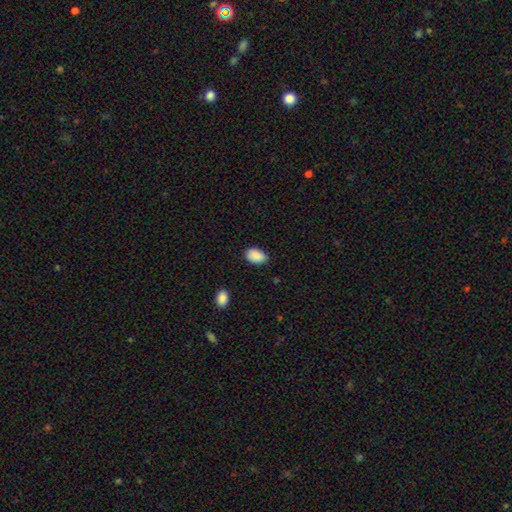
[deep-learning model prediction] smooth 90%, star or artifact 7%, featured or disk 3%. Down the decision tree: how rounded — in between (91%); merging — none (80%).